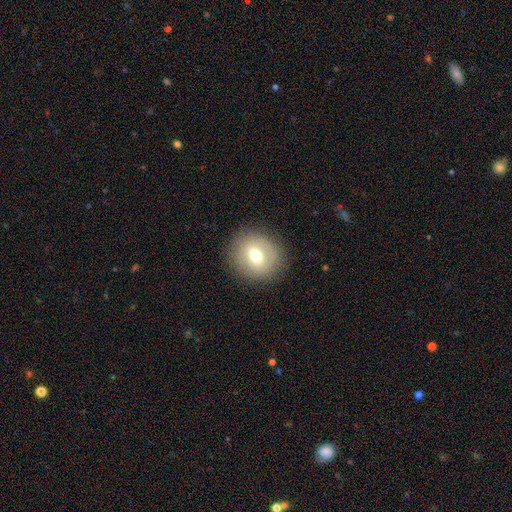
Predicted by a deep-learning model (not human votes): Smooth or featured? smooth (58%)
How rounded? round (77%)
Merging? none (85%)